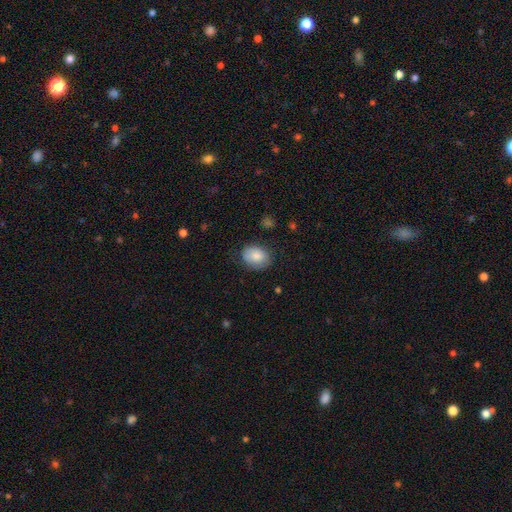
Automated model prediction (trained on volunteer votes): This is clearly a smooth galaxy (83%). How rounded: likely in between (66%). Merging: likely none (74%).